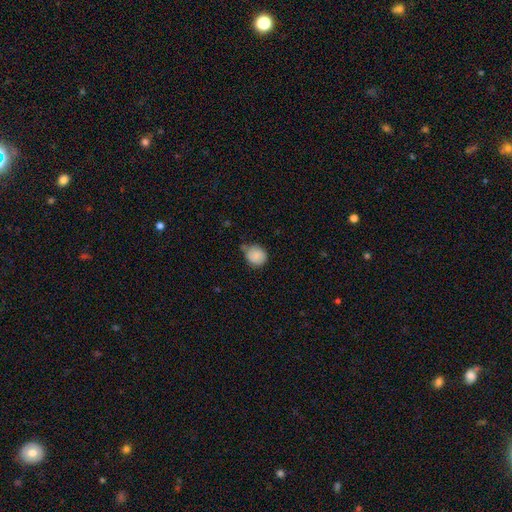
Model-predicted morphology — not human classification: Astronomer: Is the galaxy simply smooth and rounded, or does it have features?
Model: smooth — 84%.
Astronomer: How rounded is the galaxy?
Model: round — 76%.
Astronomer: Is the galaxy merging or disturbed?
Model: none — 51% (runner-up: minor disturbance, 37%).